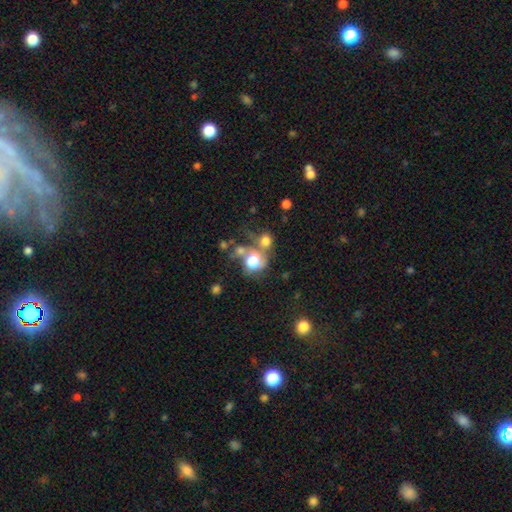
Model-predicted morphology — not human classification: A smooth galaxy with no disk features (59%) that is round (80%). Merging: none (41%).